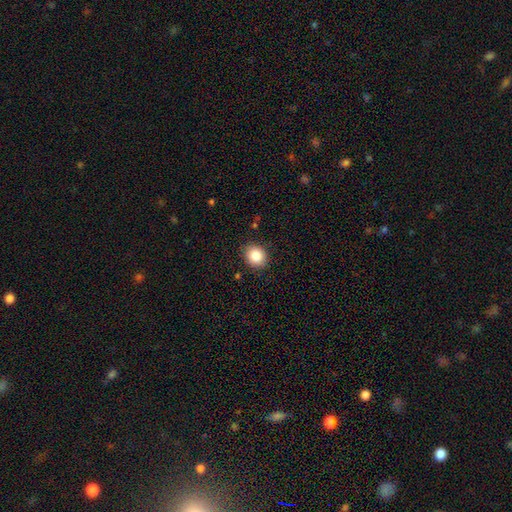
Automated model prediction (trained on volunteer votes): Morphology: type=smooth (86%); roundness=round (71%); merging=none (88%).